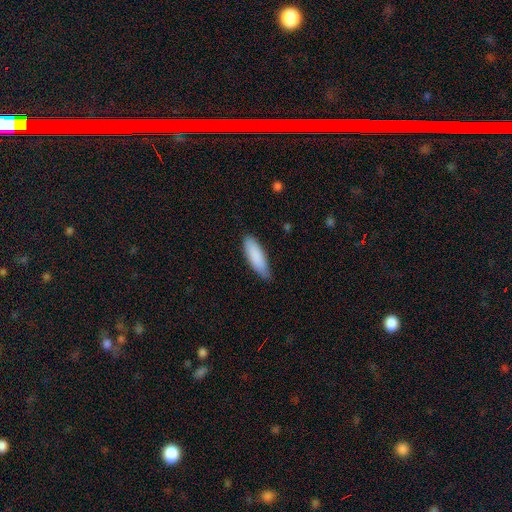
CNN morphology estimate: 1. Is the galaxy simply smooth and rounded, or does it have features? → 88% smooth, 7% featured or disk, 5% star or artifact.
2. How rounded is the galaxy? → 55% in between, 44% cigar-shaped, 1% round.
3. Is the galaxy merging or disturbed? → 76% none, 21% minor disturbance, 3% major disturbance, 1% merger.